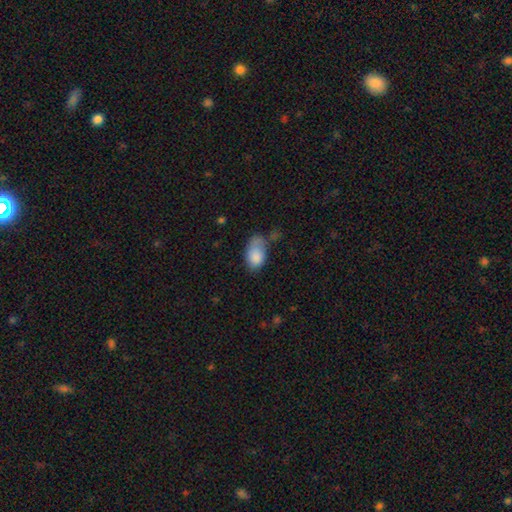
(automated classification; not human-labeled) smooth_or_featured: smooth (p=0.84) [alt: featured or disk p=0.09]
how_rounded: in between (p=0.91) [alt: round p=0.08]
merging: none (p=0.36) [alt: minor disturbance p=0.35]